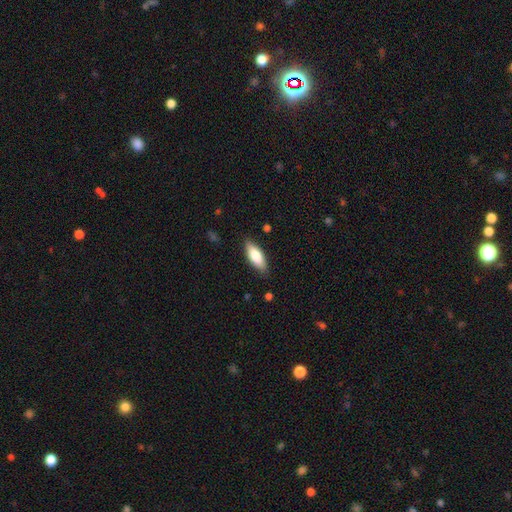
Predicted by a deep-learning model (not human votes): Smooth or featured? Predicted: smooth (p=0.77). How rounded? Predicted: in between (p=0.72). Merging? Predicted: none (p=0.85).